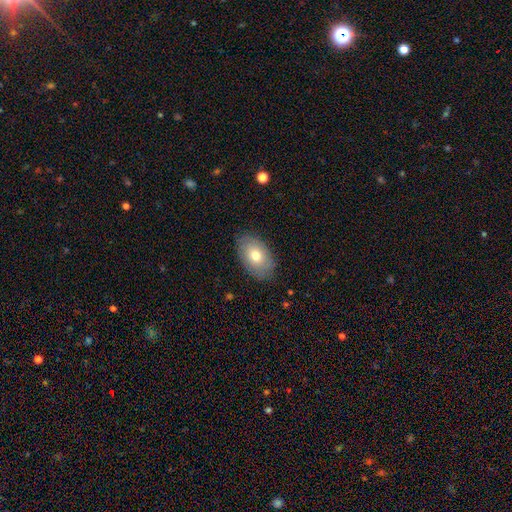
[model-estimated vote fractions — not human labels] Morphology: type=smooth (74%); roundness=in between (91%); merging=none (84%).